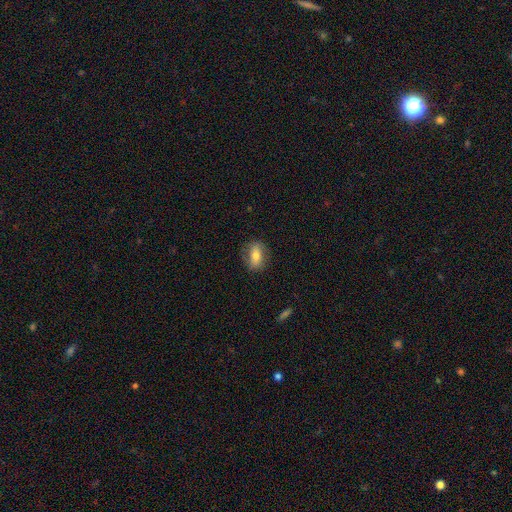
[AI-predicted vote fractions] smooth_or_featured: smooth (p=0.66) [alt: featured or disk p=0.26]
how_rounded: in between (p=0.77) [alt: round p=0.17]
merging: none (p=0.80) [alt: minor disturbance p=0.14]